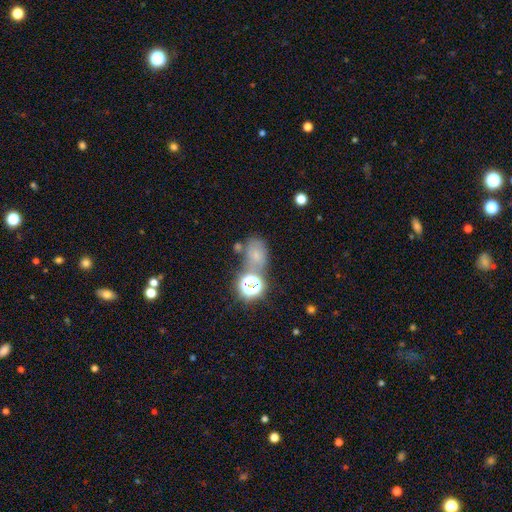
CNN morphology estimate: Smooth or featured? smooth (51%)
How rounded? in between (60%)
Merging? none (47%)